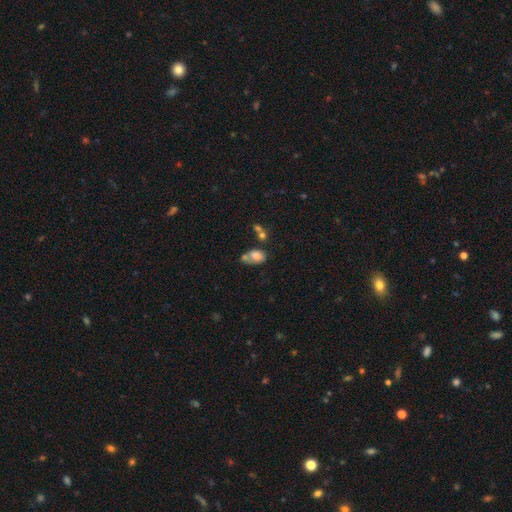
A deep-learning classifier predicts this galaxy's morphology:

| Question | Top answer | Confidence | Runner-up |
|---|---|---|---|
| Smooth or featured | smooth | 73% | featured or disk (17%) |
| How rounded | in between | 79% | round (20%) |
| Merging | merger | 45% | none (27%) |